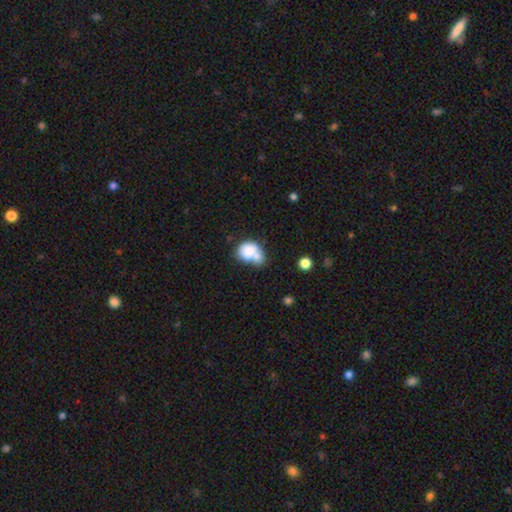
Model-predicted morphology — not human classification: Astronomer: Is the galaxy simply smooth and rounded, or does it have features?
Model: smooth — 76%.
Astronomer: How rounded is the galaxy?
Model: in between — 56% (runner-up: round, 43%).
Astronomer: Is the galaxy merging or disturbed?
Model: merger — 59%.